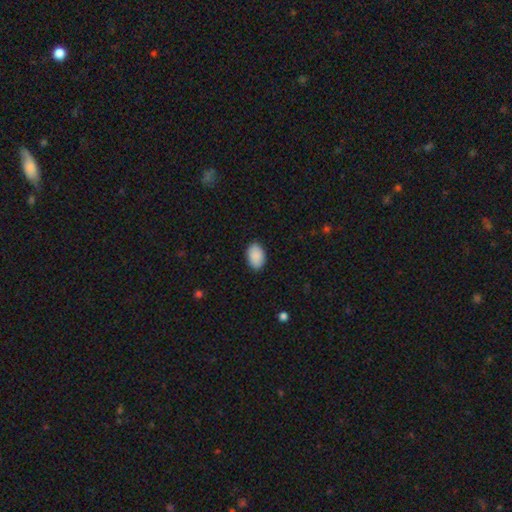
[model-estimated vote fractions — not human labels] smooth-or-featured: smooth: 91% | star or artifact: 6% | featured or disk: 3%
  how-rounded: in between: 88% | round: 11% | cigar-shaped: 1%
  merging: none: 87% | minor disturbance: 10% | major disturbance: 2% | merger: 1%